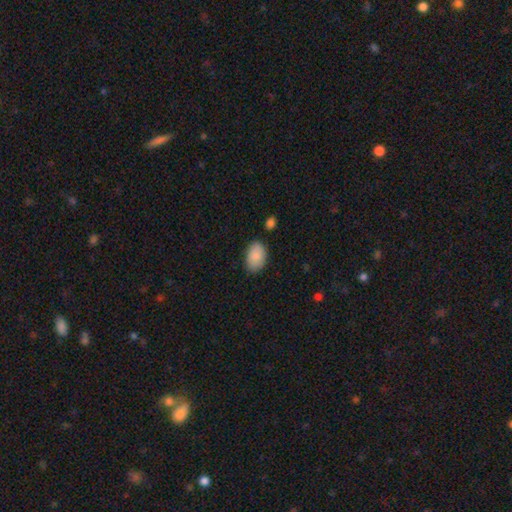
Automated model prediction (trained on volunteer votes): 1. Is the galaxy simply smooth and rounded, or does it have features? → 88% smooth, 6% star or artifact, 6% featured or disk.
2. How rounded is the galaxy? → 90% in between, 8% round, 1% cigar-shaped.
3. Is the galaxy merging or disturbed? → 81% none, 14% minor disturbance, 3% major disturbance, 2% merger.